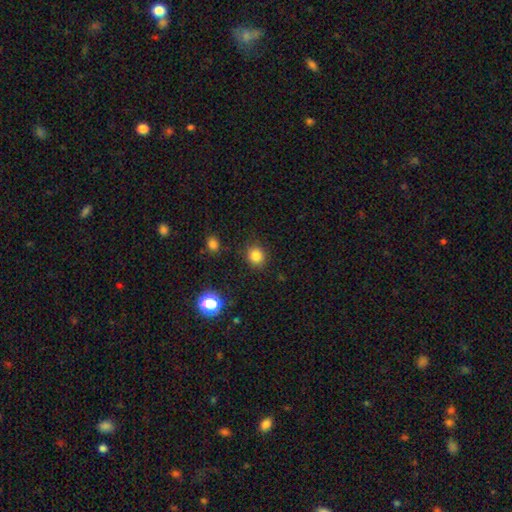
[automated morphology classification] Q: Smooth or featured?
A: smooth (82%); runner-up: star or artifact (13%)
Q: How rounded?
A: round (82%); runner-up: in between (17%)
Q: Merging?
A: none (87%); runner-up: minor disturbance (8%)